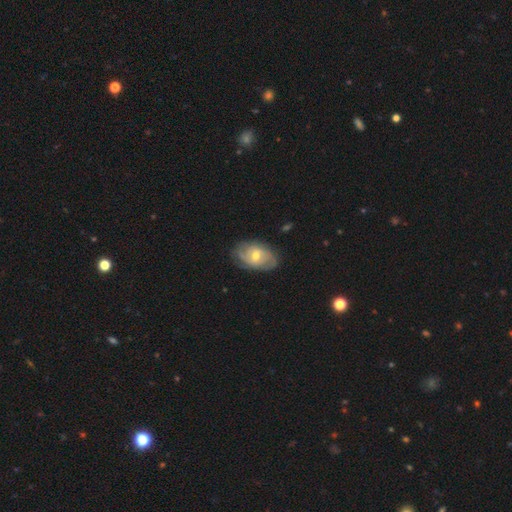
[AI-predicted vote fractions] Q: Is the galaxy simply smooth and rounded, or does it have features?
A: featured or disk — 66%.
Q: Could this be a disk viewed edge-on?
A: no — 95%.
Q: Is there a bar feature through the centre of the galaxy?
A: no — 64%.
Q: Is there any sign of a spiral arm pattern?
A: yes — 82%.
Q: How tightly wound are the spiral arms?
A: tight — 57%.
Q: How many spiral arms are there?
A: can't tell — 42%.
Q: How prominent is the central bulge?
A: moderate — 67%.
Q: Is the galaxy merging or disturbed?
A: none — 74%.